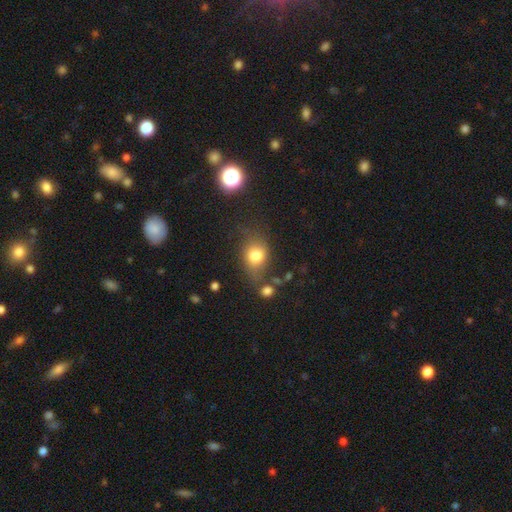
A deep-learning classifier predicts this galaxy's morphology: This is likely a smooth galaxy (74%). How rounded: likely in between (66%). Merging: possibly none (51%).